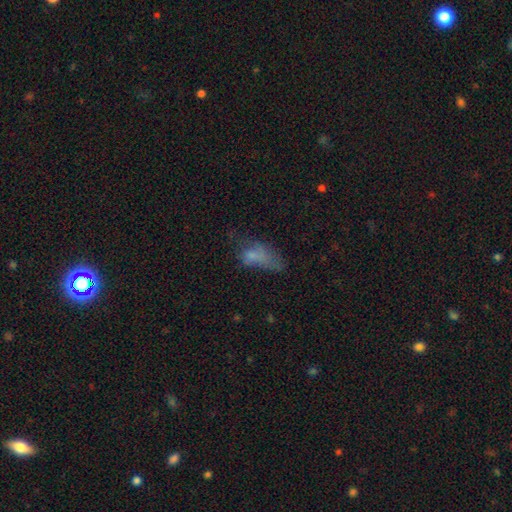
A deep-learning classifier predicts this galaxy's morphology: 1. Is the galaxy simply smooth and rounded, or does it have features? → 61% smooth, 23% featured or disk, 16% star or artifact.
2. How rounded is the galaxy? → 82% in between, 12% cigar-shaped, 6% round.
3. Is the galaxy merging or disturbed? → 39% major disturbance, 26% none, 24% minor disturbance, 11% merger.